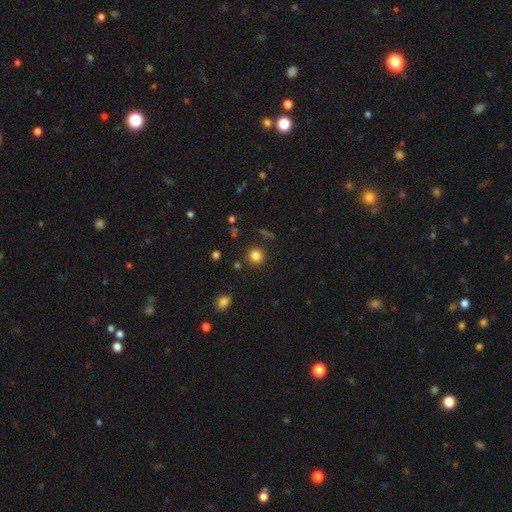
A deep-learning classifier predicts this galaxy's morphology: Smooth or featured? smooth (83%)
How rounded? round (91%)
Merging? none (87%)